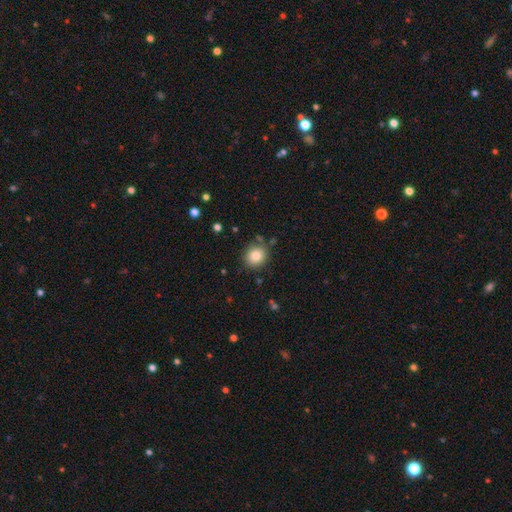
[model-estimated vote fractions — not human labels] A smooth galaxy with no disk features (83%) that is round (84%).

Vote fractions:
- Smooth or featured? smooth: 83% / star or artifact: 10% / featured or disk: 7%
- How rounded? round: 84% / in between: 15% / cigar-shaped: 1%
- Merging? none: 84% / minor disturbance: 10% / merger: 3% / major disturbance: 3%